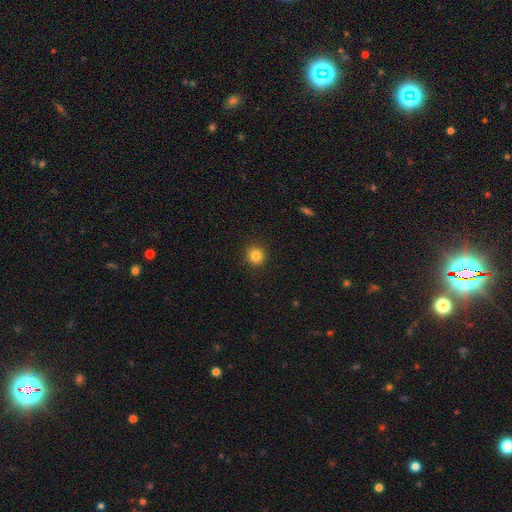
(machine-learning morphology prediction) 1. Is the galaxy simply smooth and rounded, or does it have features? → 84% smooth, 11% star or artifact, 5% featured or disk.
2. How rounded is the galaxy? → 93% round, 6% in between, 1% cigar-shaped.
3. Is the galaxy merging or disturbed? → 92% none, 5% minor disturbance, 2% major disturbance, 1% merger.